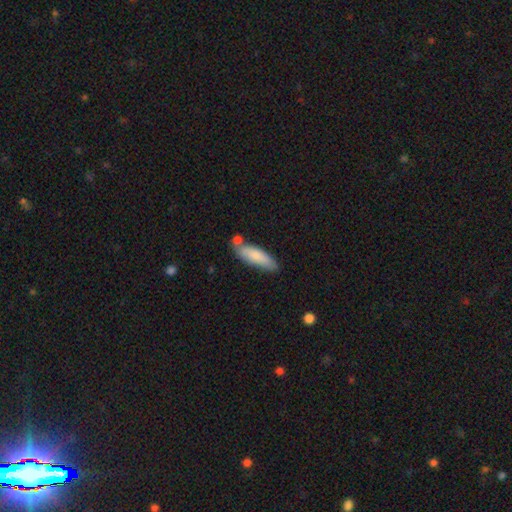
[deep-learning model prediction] smooth_or_featured: smooth (p=0.78) [alt: featured or disk p=0.16]
how_rounded: cigar-shaped (p=0.52) [alt: in between p=0.47]
merging: none (p=0.63) [alt: minor disturbance p=0.18]